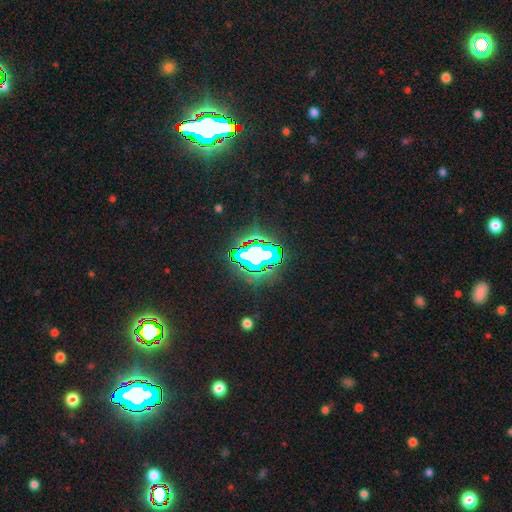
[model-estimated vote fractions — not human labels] Morphology: type=star or artifact (66%).